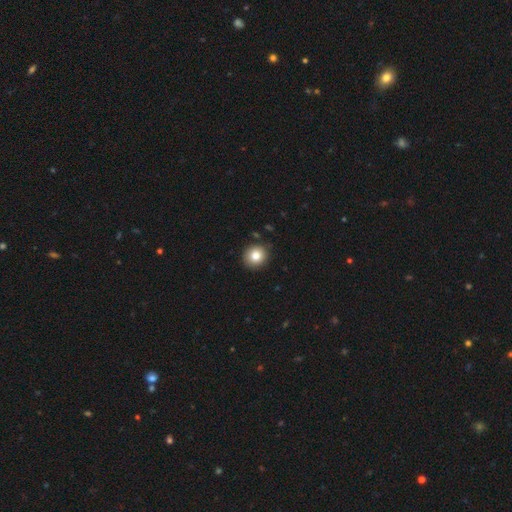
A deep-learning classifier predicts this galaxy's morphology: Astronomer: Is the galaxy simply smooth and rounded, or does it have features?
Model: smooth — 83%.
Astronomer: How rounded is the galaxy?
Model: round — 89%.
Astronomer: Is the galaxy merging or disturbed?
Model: none — 89%.